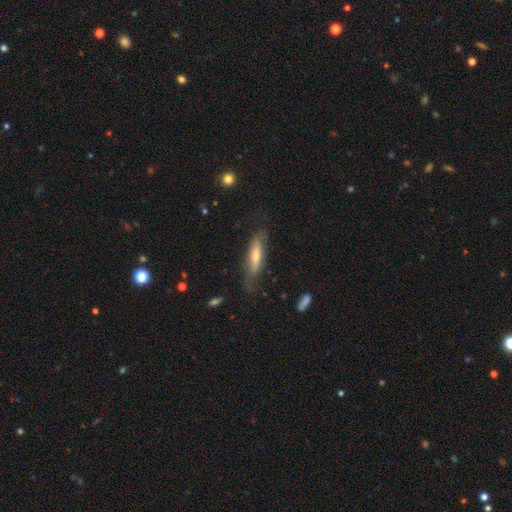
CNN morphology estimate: The model was most divided on "smooth or featured": featured or disk: 47%, smooth: 46%, star or artifact: 7%. More confident: merging — none (66%).